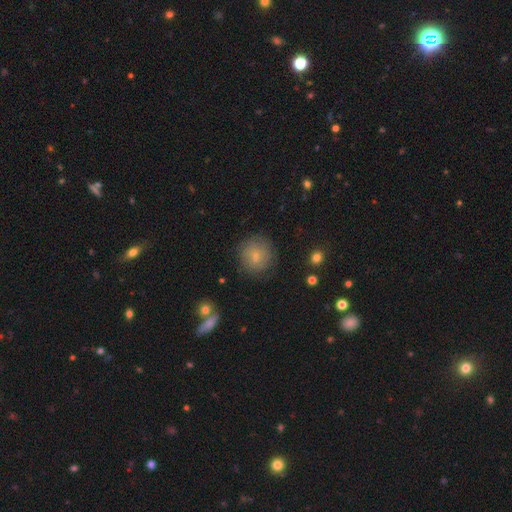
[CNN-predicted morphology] smooth 74%, featured or disk 16%, star or artifact 10%. Down the decision tree: how rounded — round (88%); merging — none (78%).